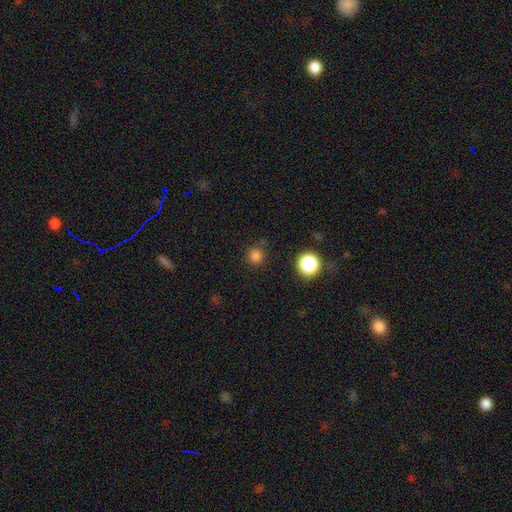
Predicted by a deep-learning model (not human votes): Smooth or featured? smooth (79%)
How rounded? round (94%)
Merging? none (83%)